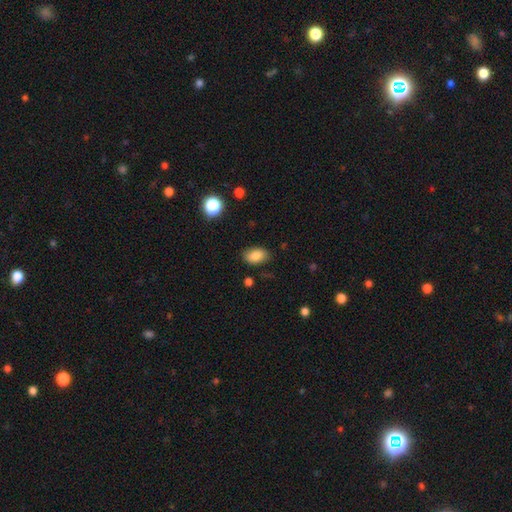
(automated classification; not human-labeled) Morphology: type=smooth (85%); roundness=in between (89%); merging=none (83%).